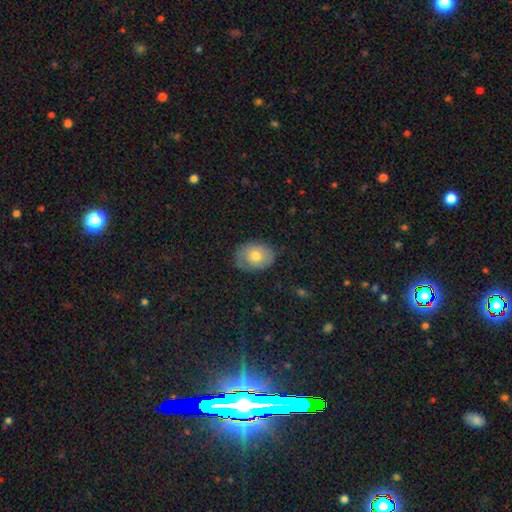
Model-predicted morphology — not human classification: Overall: smooth (62%; featured or disk 30%). How rounded: in between (63%; round 36%). Merging: none (73%).